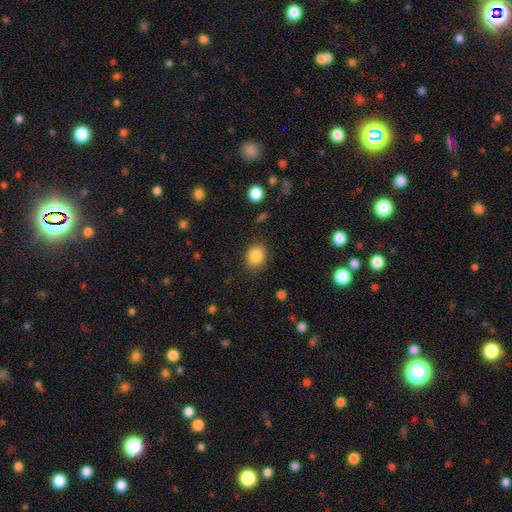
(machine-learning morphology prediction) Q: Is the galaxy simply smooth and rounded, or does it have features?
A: smooth — 86%.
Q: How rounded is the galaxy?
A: round — 58%.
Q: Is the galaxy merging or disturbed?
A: none — 85%.